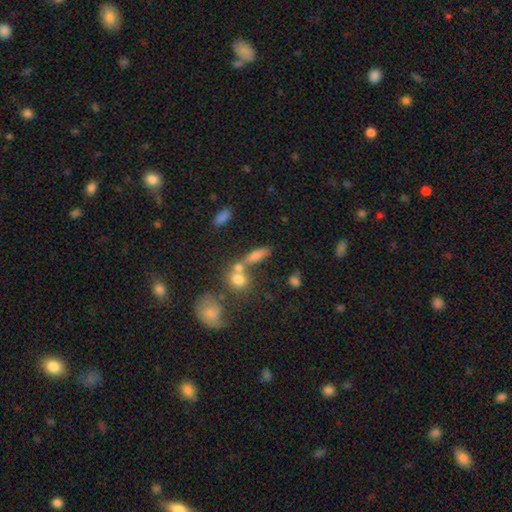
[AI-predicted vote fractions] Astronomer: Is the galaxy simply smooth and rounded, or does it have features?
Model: smooth — 71%.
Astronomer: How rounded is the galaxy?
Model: in between — 45% (runner-up: cigar-shaped, 44%).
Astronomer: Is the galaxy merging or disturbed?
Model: none — 50% (runner-up: merger, 30%).